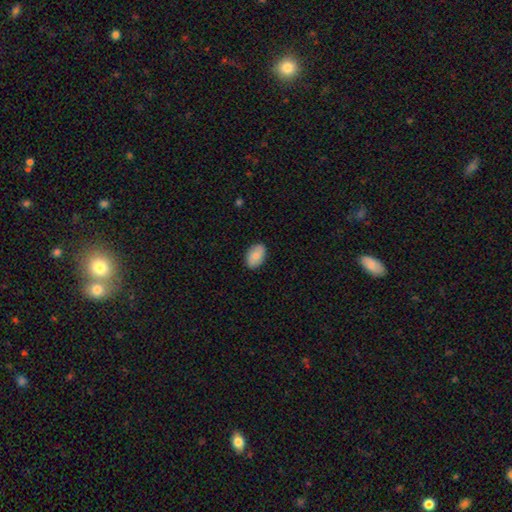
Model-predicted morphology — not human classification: This is likely a smooth galaxy (78%). How rounded: clearly in between (90%). Merging: clearly none (87%).